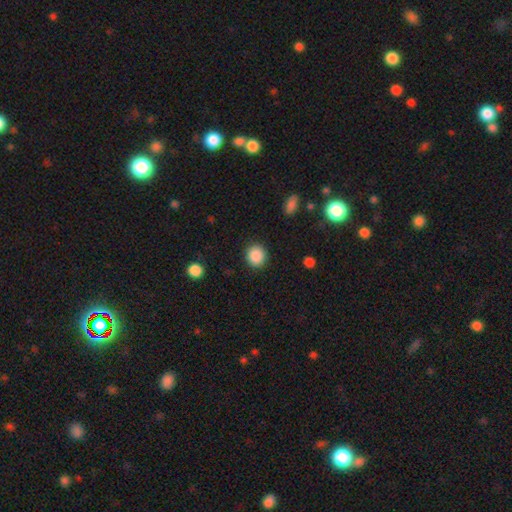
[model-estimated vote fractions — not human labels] Q: Smooth or featured?
A: smooth (89%); runner-up: star or artifact (9%)
Q: How rounded?
A: round (85%); runner-up: in between (14%)
Q: Merging?
A: none (90%); runner-up: minor disturbance (6%)